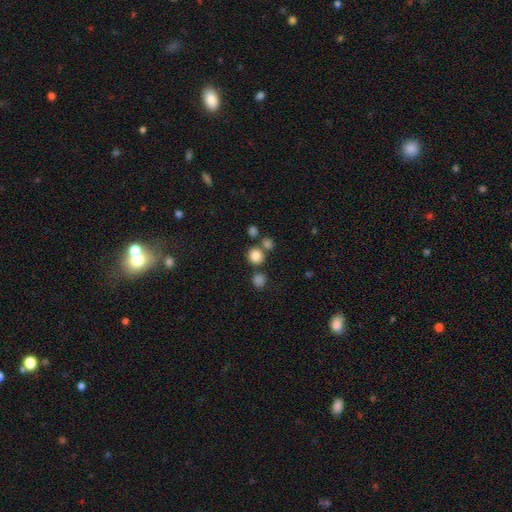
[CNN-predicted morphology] This is clearly a smooth galaxy (81%). How rounded: clearly round (86%). Merging: likely none (70%).